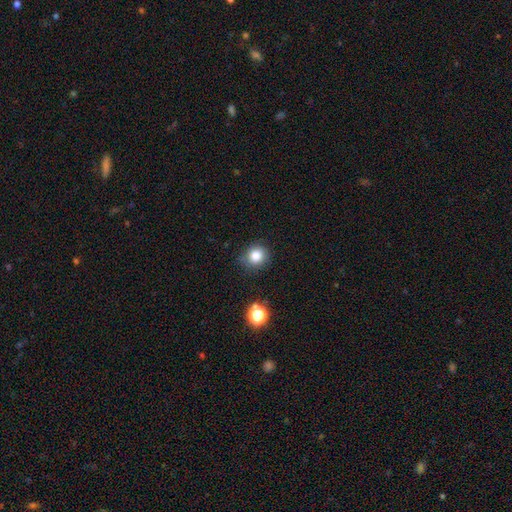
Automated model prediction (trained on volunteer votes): A smooth galaxy with no disk features (82%) that is round (85%).

Vote fractions:
- Smooth or featured? smooth: 82% / star or artifact: 12% / featured or disk: 5%
- How rounded? round: 85% / in between: 14% / cigar-shaped: 1%
- Merging? none: 81% / minor disturbance: 13% / major disturbance: 3% / merger: 2%